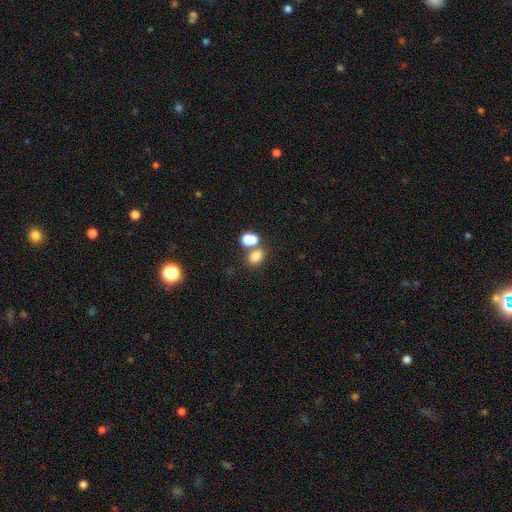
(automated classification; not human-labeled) smooth 79%, star or artifact 11%, featured or disk 10%. Down the decision tree: how rounded — in between (69%); merging — merger (48%).